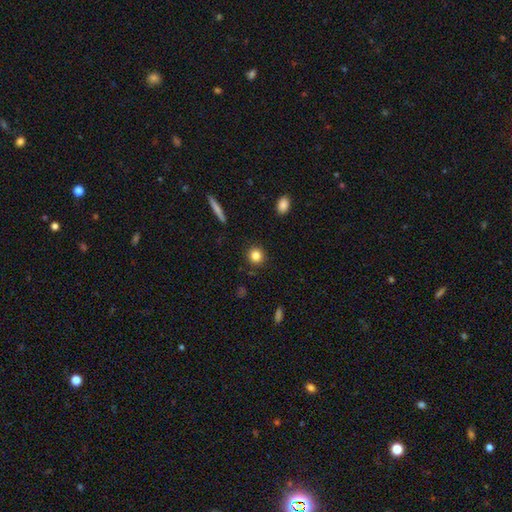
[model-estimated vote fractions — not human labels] This is clearly a smooth galaxy (83%). How rounded: clearly round (90%). Merging: clearly none (90%).